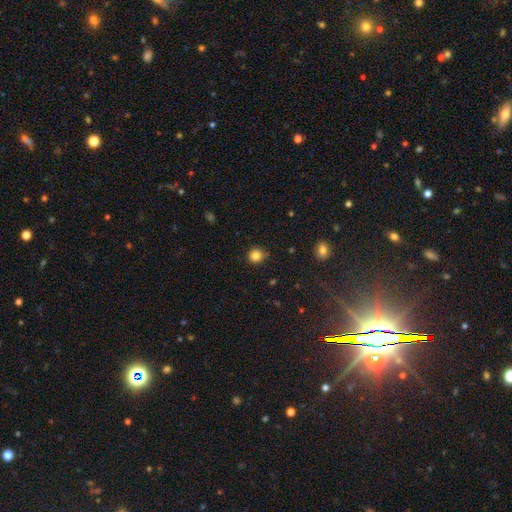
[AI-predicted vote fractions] Smooth or featured? smooth (83%)
How rounded? round (93%)
Merging? none (87%)